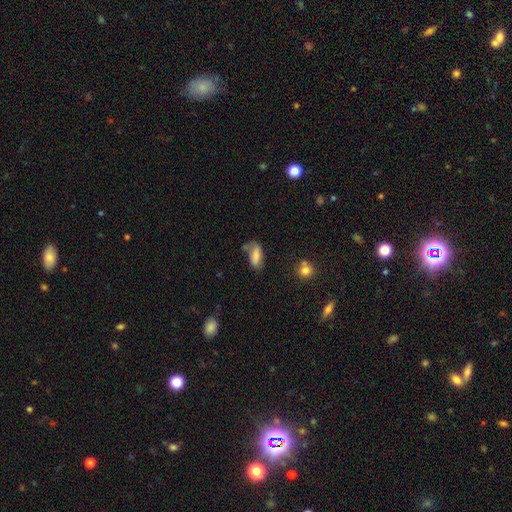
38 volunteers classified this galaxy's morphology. type=smooth (74%); roundness=in between (82%); merging=major disturbance (33%).